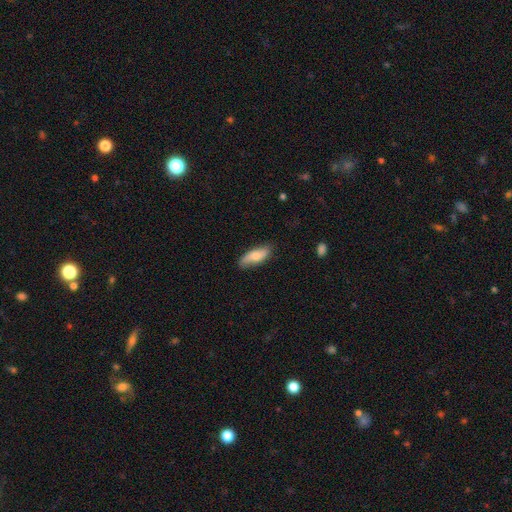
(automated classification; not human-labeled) A smooth galaxy with no disk features (68%) that is in between round and cigar-shaped (67%).

Vote fractions:
- Smooth or featured? smooth: 68% / featured or disk: 27% / star or artifact: 6%
- How rounded? in between: 67% / cigar-shaped: 31% / round: 2%
- Merging? none: 79% / minor disturbance: 17% / major disturbance: 3% / merger: 1%